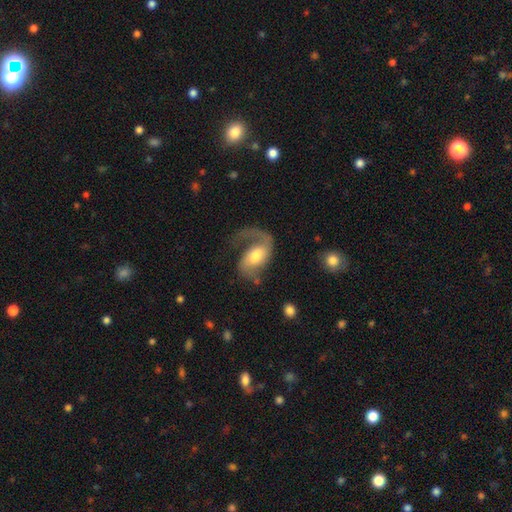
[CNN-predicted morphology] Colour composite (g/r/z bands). It shows a featured or disk galaxy (80%) with a weak bar (46%), 2 (57%) loose (54%) spiral arms (95%) and a moderate central bulge (60%). Merging: none (45%).